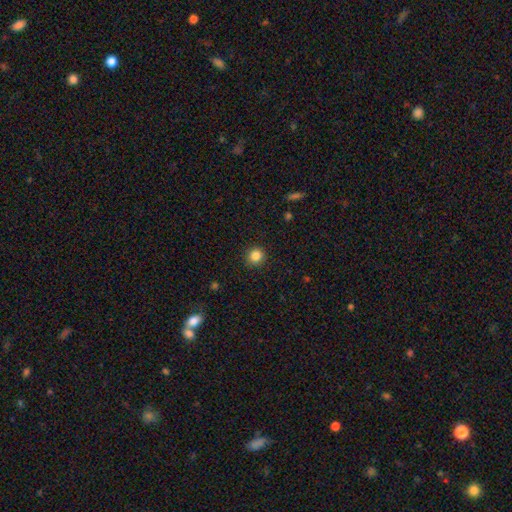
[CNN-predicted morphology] Smooth or featured? Predicted: smooth (p=0.84). How rounded? Predicted: round (p=0.93). Merging? Predicted: none (p=0.91).